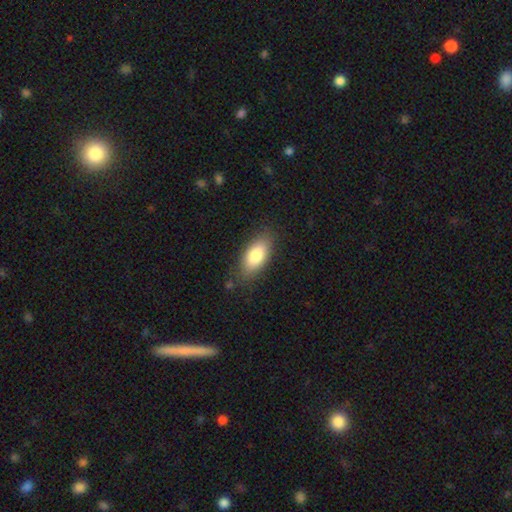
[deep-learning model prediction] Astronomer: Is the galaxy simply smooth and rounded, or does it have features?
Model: smooth — 82%.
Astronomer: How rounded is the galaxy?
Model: in between — 88%.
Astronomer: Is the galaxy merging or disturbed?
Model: none — 81%.